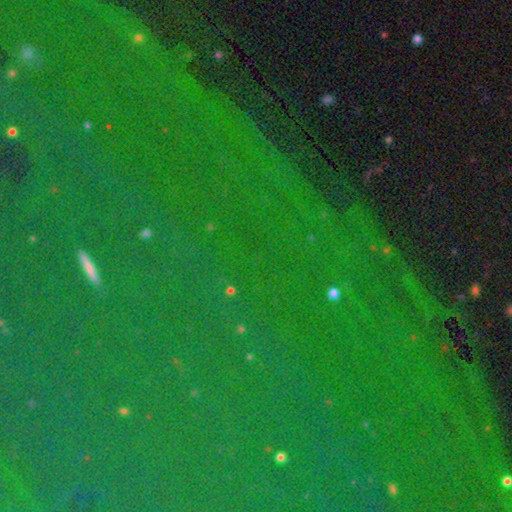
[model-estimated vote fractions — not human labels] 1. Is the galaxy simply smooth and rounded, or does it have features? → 85% star or artifact, 8% smooth, 7% featured or disk.